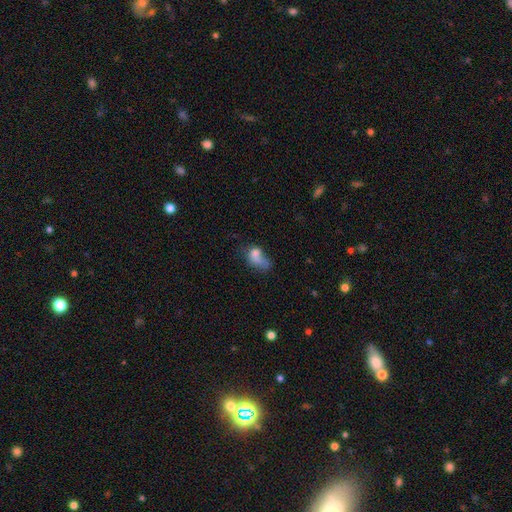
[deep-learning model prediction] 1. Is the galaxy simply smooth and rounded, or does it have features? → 67% smooth, 21% featured or disk, 12% star or artifact.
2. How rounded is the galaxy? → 76% in between, 21% round, 3% cigar-shaped.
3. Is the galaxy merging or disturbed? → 33% major disturbance, 29% merger, 19% none, 18% minor disturbance.